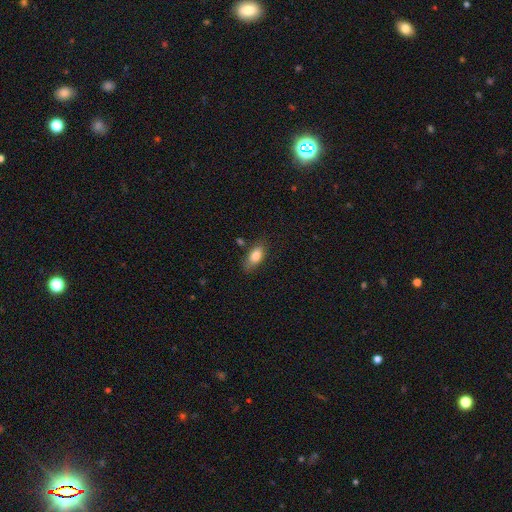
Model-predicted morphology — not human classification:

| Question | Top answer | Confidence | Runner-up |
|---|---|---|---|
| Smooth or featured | smooth | 81% | featured or disk (12%) |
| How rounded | in between | 86% | cigar-shaped (10%) |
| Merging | none | 77% | minor disturbance (16%) |